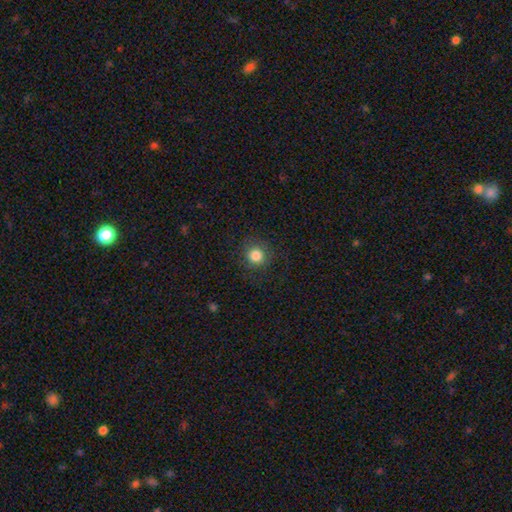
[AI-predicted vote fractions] Smooth or featured? smooth (83%)
How rounded? round (94%)
Merging? none (87%)